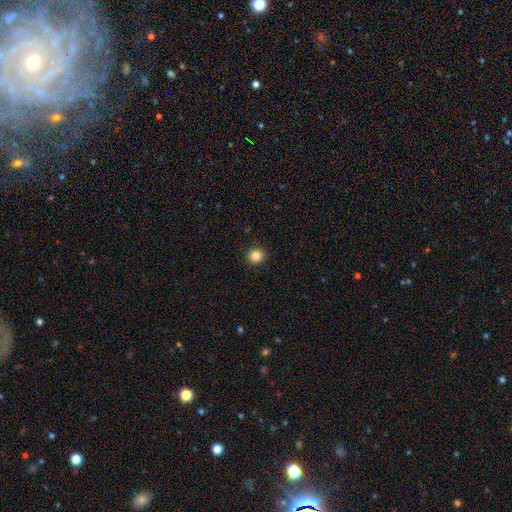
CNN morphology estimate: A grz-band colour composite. It shows a smooth galaxy with no disk features (84%) that is round (88%). Merging: none (92%).